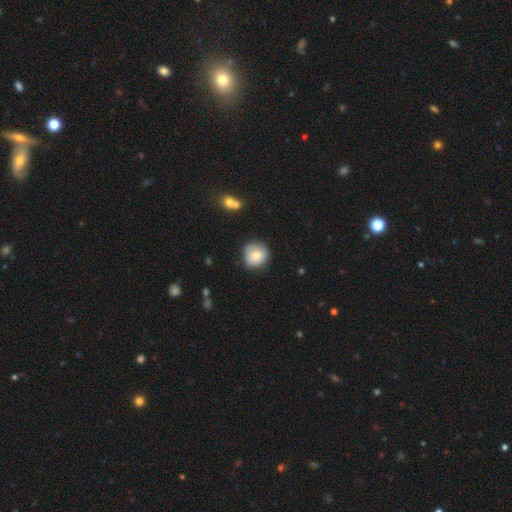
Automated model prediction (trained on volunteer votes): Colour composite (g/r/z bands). It shows a smooth galaxy with no disk features (75%) that is round (90%). Merging: none (76%).